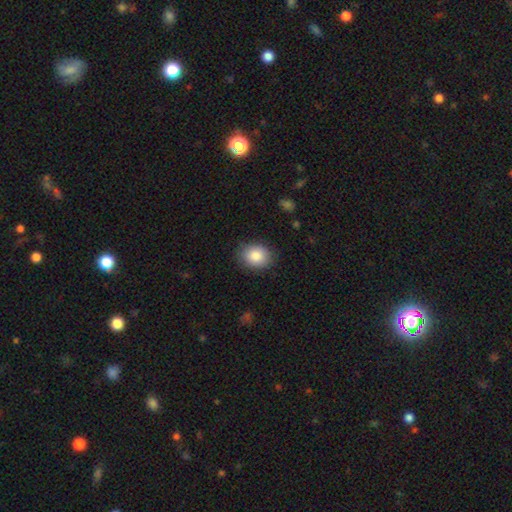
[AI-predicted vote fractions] Q: Smooth or featured?
A: smooth (86%); runner-up: star or artifact (8%)
Q: How rounded?
A: round (51%); runner-up: in between (48%)
Q: Merging?
A: none (85%); runner-up: minor disturbance (11%)